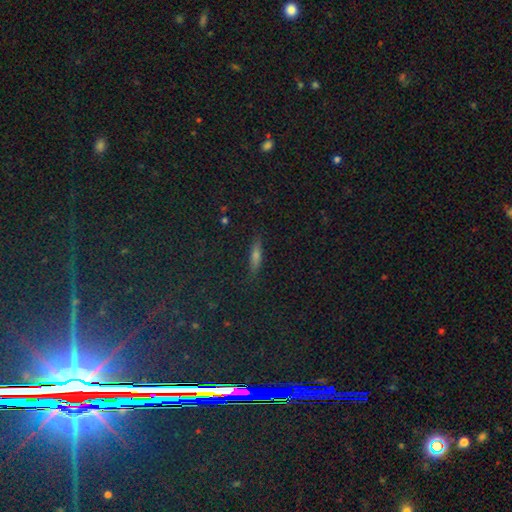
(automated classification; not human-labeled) Smooth or featured? Predicted: smooth (p=0.53). How rounded? Predicted: cigar-shaped (p=0.77). Merging? Predicted: none (p=0.88).